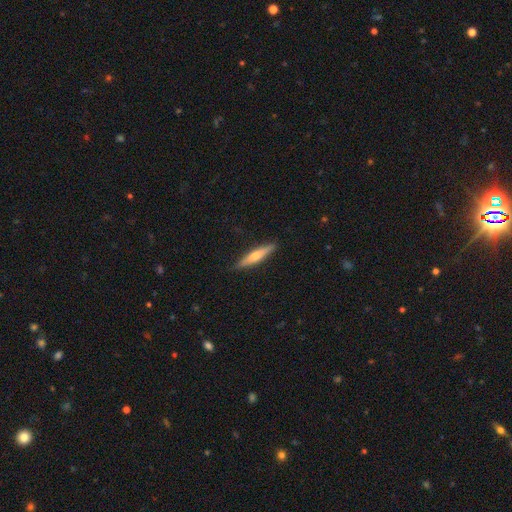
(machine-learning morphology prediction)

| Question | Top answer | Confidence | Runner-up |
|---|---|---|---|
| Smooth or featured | smooth | 49% | featured or disk (45%) |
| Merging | none | 89% | minor disturbance (8%) |